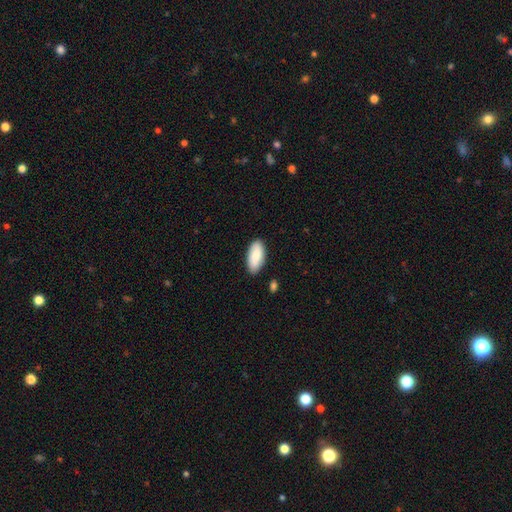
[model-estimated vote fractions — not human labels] Smooth or featured? Predicted: smooth (p=0.86). How rounded? Predicted: in between (p=0.91). Merging? Predicted: none (p=0.86).